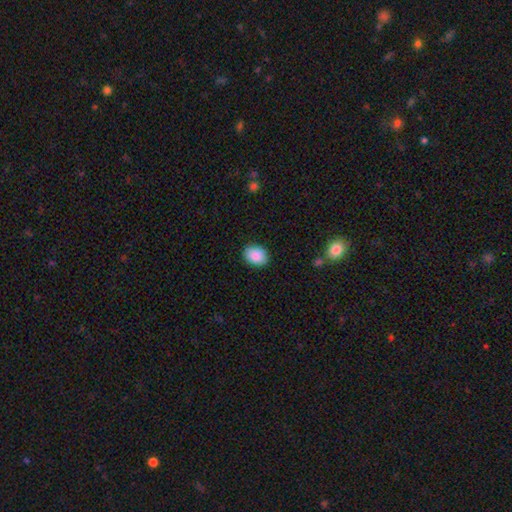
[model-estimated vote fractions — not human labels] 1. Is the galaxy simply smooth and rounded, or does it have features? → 89% smooth, 7% star or artifact, 3% featured or disk.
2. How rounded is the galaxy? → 68% in between, 31% round, 1% cigar-shaped.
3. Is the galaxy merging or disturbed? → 87% none, 10% minor disturbance, 2% major disturbance, 1% merger.